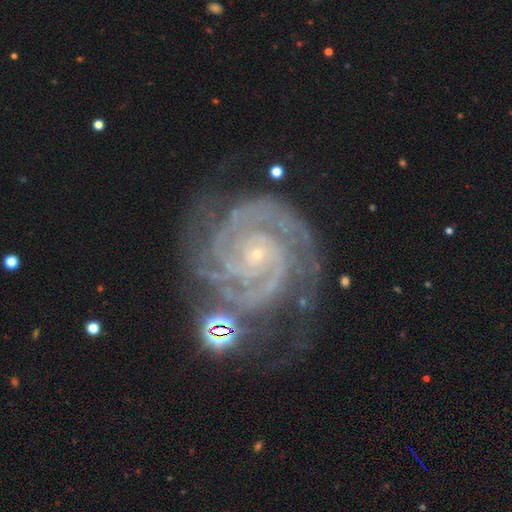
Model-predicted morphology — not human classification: This appears to be a featured or disk galaxy (92%) with no bar (70%), 2 (40%) tight (81%) spiral arms (99%) and a small central bulge (86%). Merging: none (66%).